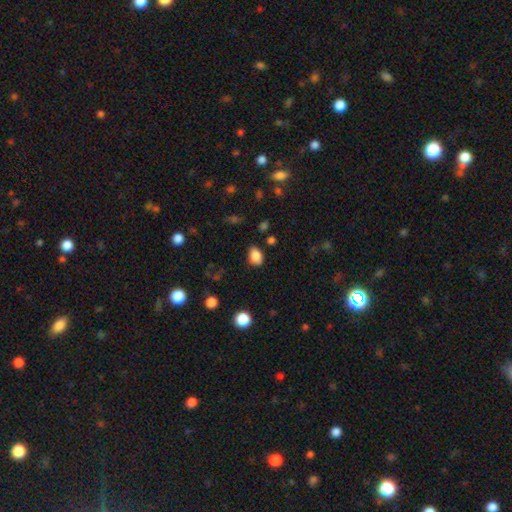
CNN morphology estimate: Smooth or featured: smooth — 85% (star or artifact — 10%)
How rounded: in between — 79% (round — 20%)
Merging: none — 77% (minor disturbance — 18%)